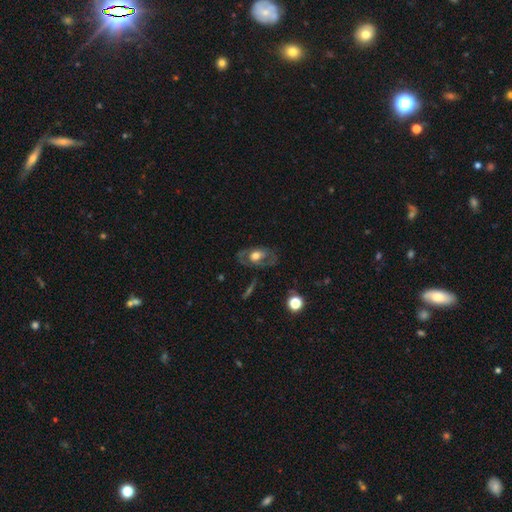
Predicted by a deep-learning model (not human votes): smooth_or_featured: featured or disk (p=0.56) [alt: smooth p=0.36]
disk_edge_on: no (p=0.91) [alt: yes p=0.09]
bar: no (p=0.77) [alt: weak p=0.18]
has_spiral_arms: no (p=0.63) [alt: yes p=0.37]
bulge_size: moderate (p=0.50) [alt: large p=0.39]
merging: none (p=0.62) [alt: minor disturbance p=0.21]